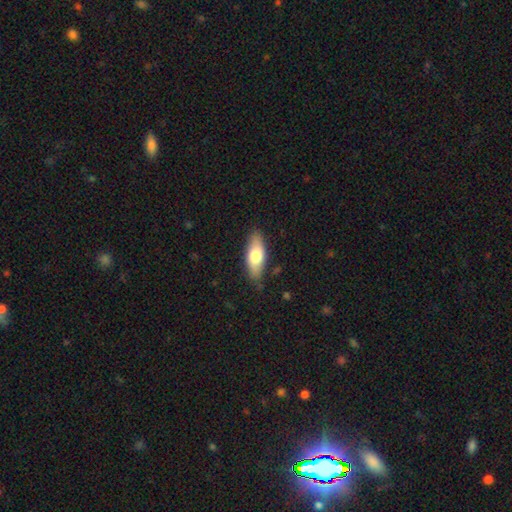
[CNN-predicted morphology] smooth 70%, featured or disk 24%, star or artifact 6%. Down the decision tree: how rounded — in between (76%); merging — none (81%).